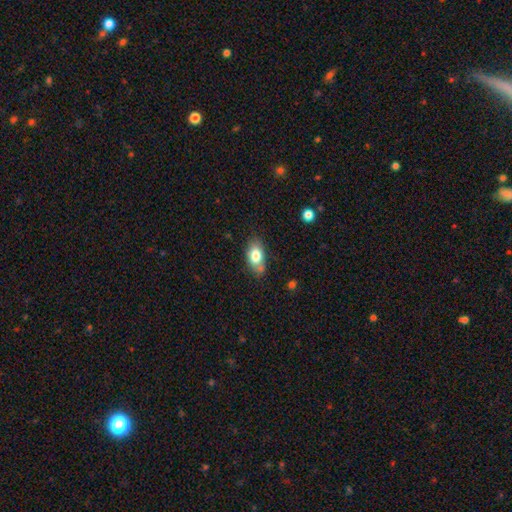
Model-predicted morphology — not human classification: Smooth or featured?
  - smooth: 78% *
  - featured or disk: 15%
  - star or artifact: 8%
How rounded?
  - in between: 89% *
  - round: 8%
  - cigar-shaped: 4%
Merging?
  - none: 71% *
  - minor disturbance: 21%
  - major disturbance: 4%
  - merger: 4%